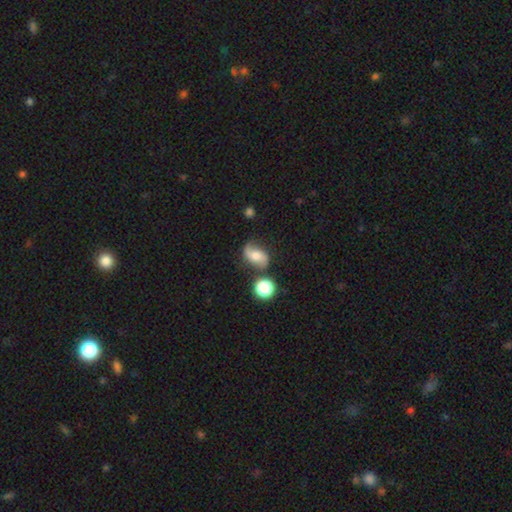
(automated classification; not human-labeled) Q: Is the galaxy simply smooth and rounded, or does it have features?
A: featured or disk — 63%.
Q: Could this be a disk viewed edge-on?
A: no — 97%.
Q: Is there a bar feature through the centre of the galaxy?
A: no — 60%.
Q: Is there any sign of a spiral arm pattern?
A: yes — 92%.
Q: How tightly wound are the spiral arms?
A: loose — 65%.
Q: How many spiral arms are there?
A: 2 — 87%.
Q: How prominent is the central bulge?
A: moderate — 57%.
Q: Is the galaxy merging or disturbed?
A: none — 65%.